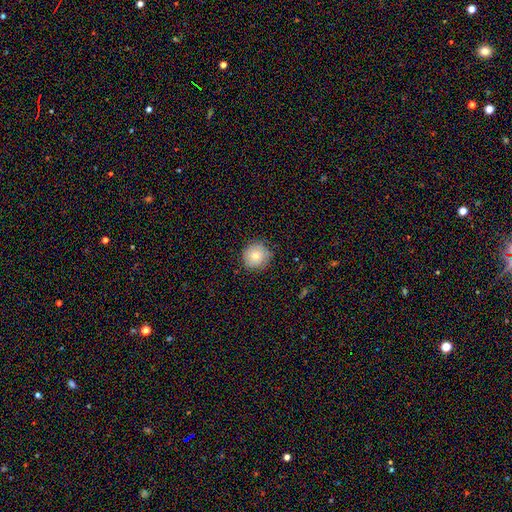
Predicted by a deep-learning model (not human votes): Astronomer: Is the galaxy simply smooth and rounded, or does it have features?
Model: smooth — 73%.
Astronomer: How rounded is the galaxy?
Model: round — 92%.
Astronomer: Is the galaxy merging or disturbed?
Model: none — 85%.